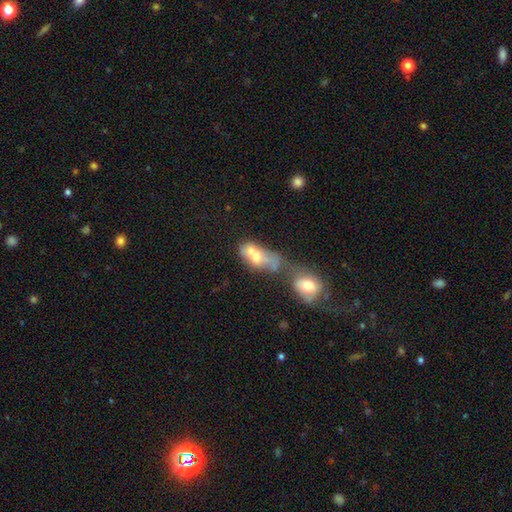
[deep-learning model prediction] smooth-or-featured: smooth: 53% | featured or disk: 35% | star or artifact: 12%
  how-rounded: in between: 70% | round: 25% | cigar-shaped: 5%
  merging: merger: 73% | none: 10% | major disturbance: 10% | minor disturbance: 7%